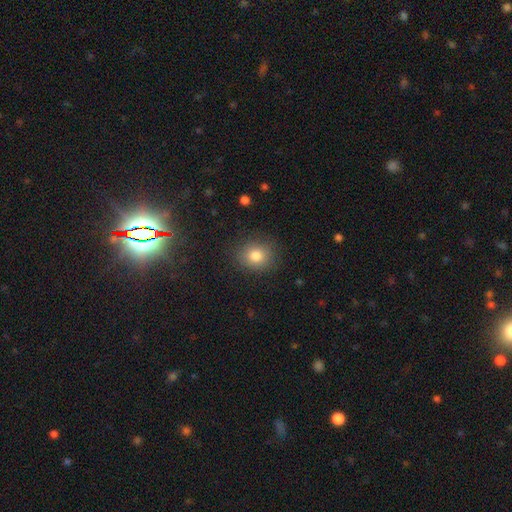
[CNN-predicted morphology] A smooth galaxy with no disk features (82%) that is round (72%). Merging: none (85%).